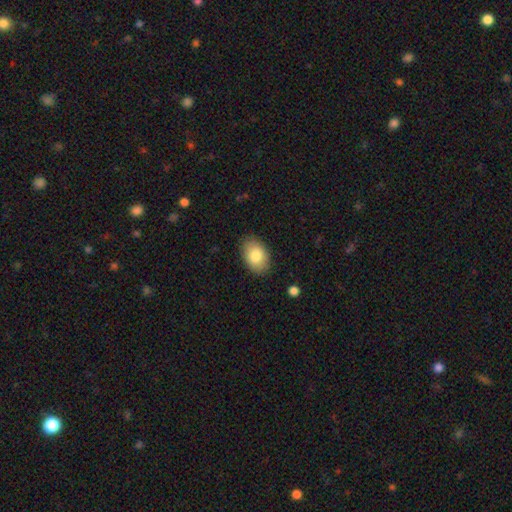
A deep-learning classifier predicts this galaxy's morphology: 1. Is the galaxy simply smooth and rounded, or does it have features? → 83% smooth, 10% featured or disk, 7% star or artifact.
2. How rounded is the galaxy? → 88% in between, 11% round, 1% cigar-shaped.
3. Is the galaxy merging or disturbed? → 86% none, 11% minor disturbance, 2% major disturbance, 1% merger.